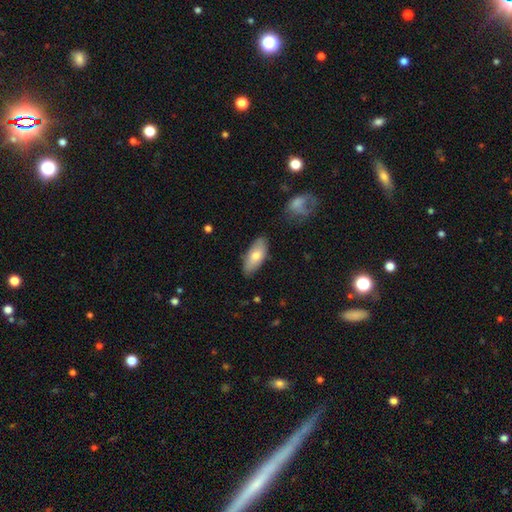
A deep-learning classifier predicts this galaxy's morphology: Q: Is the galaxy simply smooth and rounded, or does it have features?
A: smooth — 70%.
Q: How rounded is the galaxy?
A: in between — 86%.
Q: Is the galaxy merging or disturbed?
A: none — 79%.